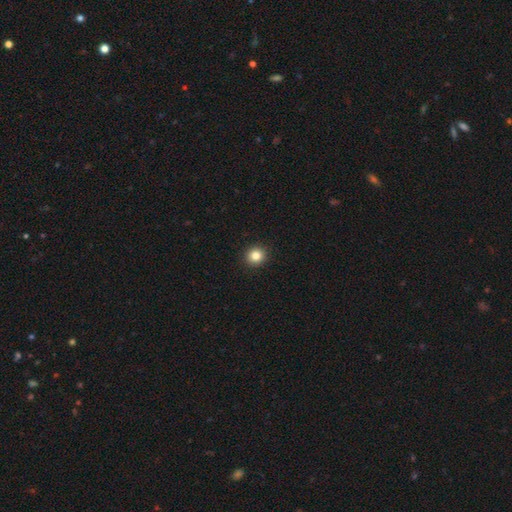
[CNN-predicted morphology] type=smooth (83%); roundness=round (90%); merging=none (93%).